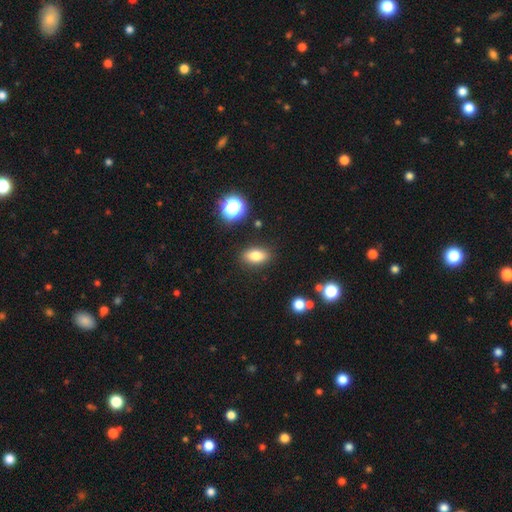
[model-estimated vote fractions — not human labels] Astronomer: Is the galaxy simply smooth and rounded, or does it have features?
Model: smooth — 79%.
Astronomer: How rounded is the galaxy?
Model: in between — 84%.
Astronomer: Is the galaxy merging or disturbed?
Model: none — 87%.